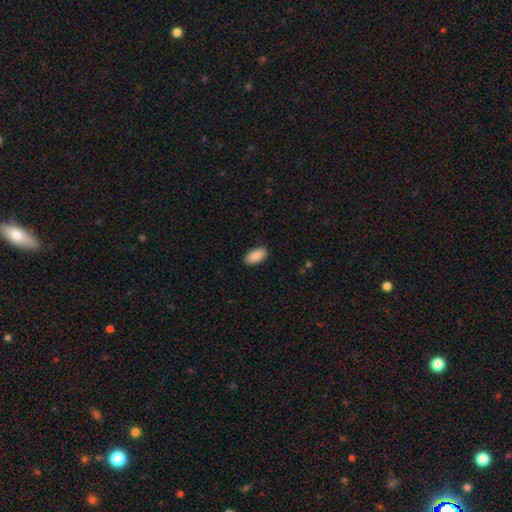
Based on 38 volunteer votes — This is clearly a smooth galaxy (92%). How rounded: clearly in between (94%). Merging: clearly none (92%).